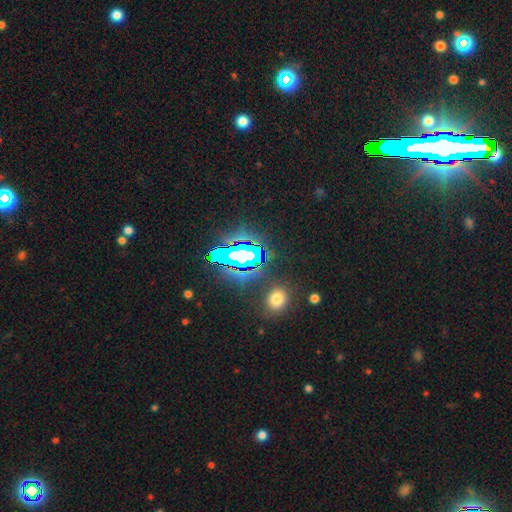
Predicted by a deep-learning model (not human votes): Morphology: type=star or artifact (79%).